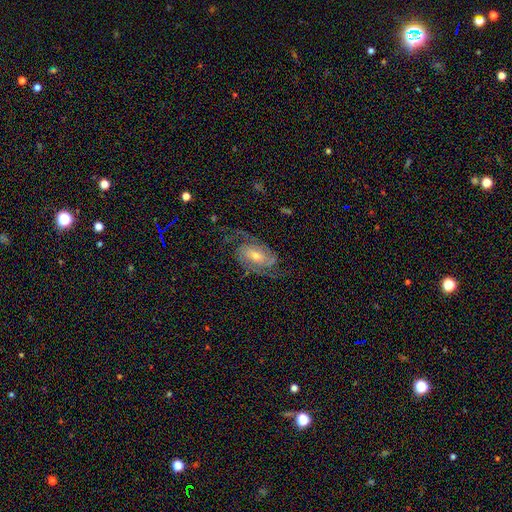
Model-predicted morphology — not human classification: Overall: featured or disk (87%). Edge-on disk: no (96%). Bar: no (43%; weak 40%). Spiral arms: yes (97%). Spiral arm count: 2 (77%). Spiral winding: medium (48%; tight 35%). Bulge size: moderate (50%; small 43%). Merging: none (73%).